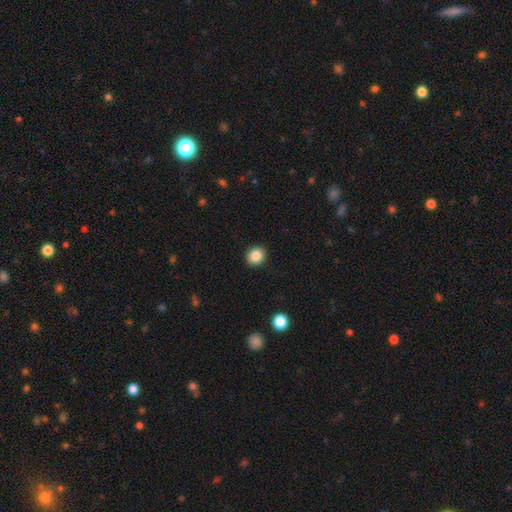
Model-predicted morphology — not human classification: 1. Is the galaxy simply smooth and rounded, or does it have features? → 87% smooth, 9% star or artifact, 4% featured or disk.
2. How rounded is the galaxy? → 73% round, 26% in between, 1% cigar-shaped.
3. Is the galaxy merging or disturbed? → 92% none, 6% minor disturbance, 2% major disturbance, 1% merger.